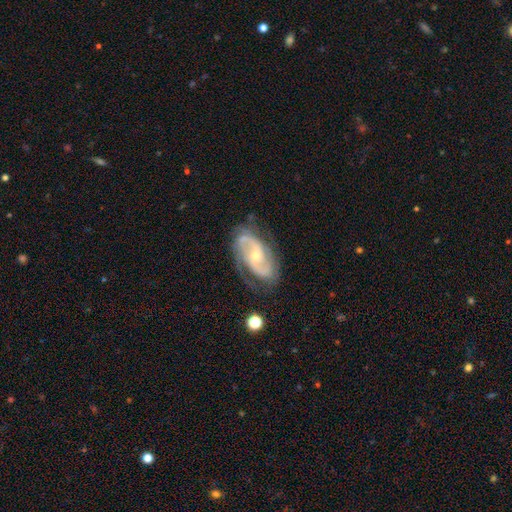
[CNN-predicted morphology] type=featured or disk (87%); edge-on=no (96%); bar=no (54%); spiral arms=yes (96%); winding=medium (49%); arm count=2 (74%); bulge=small (59%); merging=none (68%).